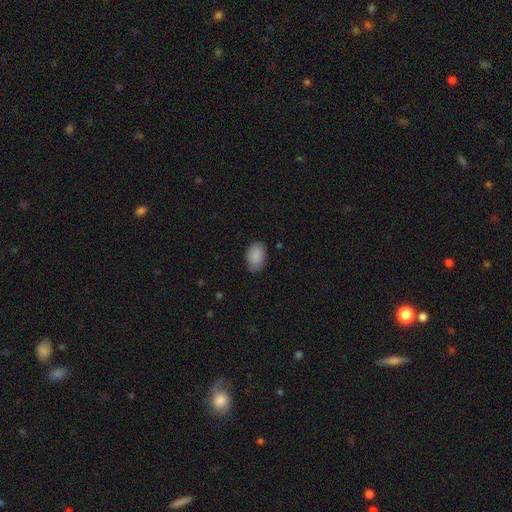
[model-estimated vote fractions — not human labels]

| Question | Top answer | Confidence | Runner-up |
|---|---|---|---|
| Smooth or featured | smooth | 88% | star or artifact (7%) |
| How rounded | in between | 86% | round (13%) |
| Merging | none | 81% | minor disturbance (15%) |